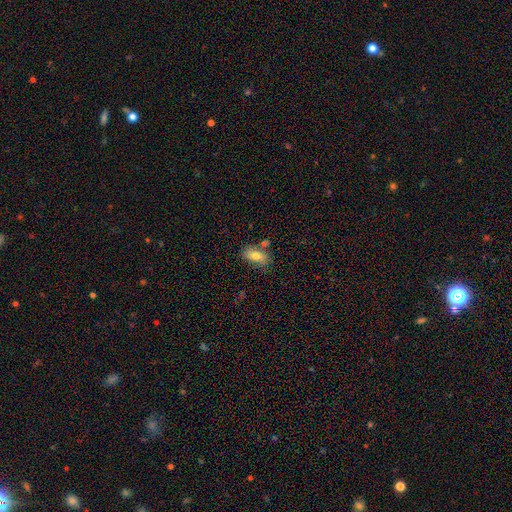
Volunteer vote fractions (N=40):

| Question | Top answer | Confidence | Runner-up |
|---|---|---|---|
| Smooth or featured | smooth | 72% | featured or disk (22%) |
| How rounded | in between | 86% | round (10%) |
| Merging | none | 84% | merger (8%) |